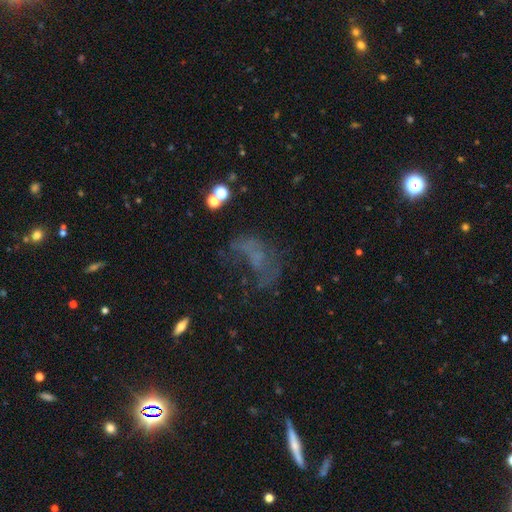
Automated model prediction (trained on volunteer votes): featured or disk 40%, star or artifact 32%, smooth 28%. Down the decision tree: merging — major disturbance (46%).